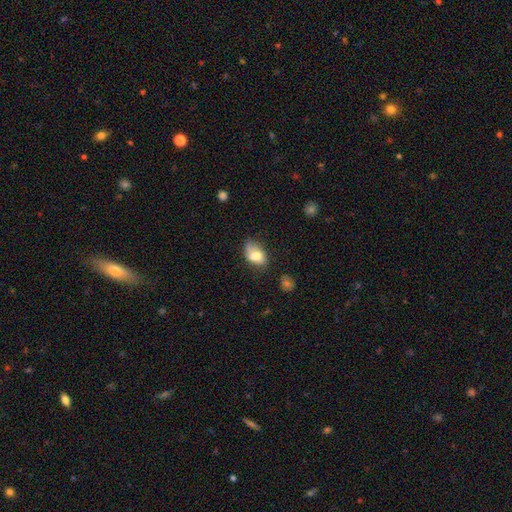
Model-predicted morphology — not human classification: smooth-or-featured: smooth: 73% | featured or disk: 18% | star or artifact: 9%
  how-rounded: in between: 86% | round: 13% | cigar-shaped: 2%
  merging: none: 42% | minor disturbance: 36% | major disturbance: 13% | merger: 9%